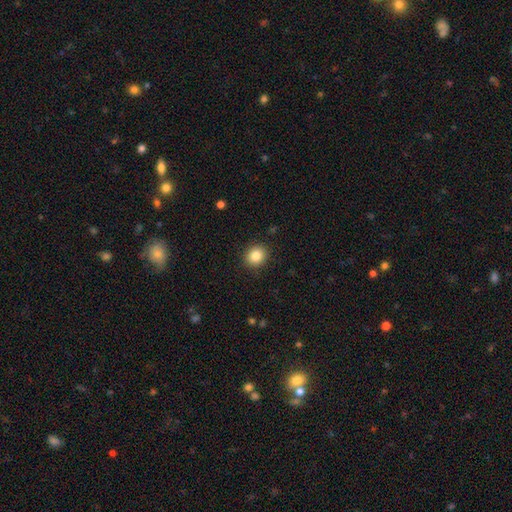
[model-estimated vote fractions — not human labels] Smooth or featured? Predicted: smooth (p=0.85). How rounded? Predicted: round (p=0.76). Merging? Predicted: none (p=0.90).